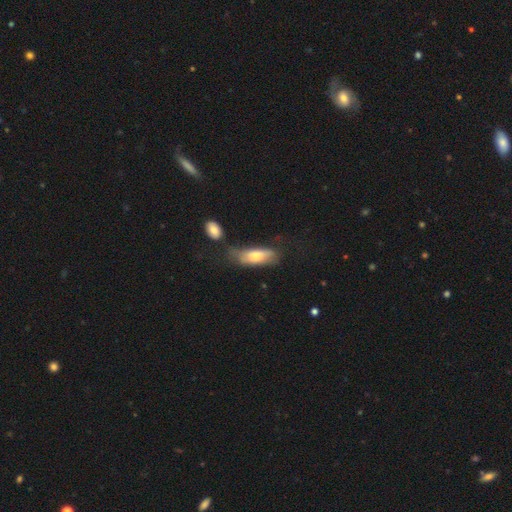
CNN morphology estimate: Smooth or featured: smooth — 65% (featured or disk — 28%)
How rounded: in between — 61% (cigar-shaped — 37%)
Merging: none — 44% (minor disturbance — 29%)